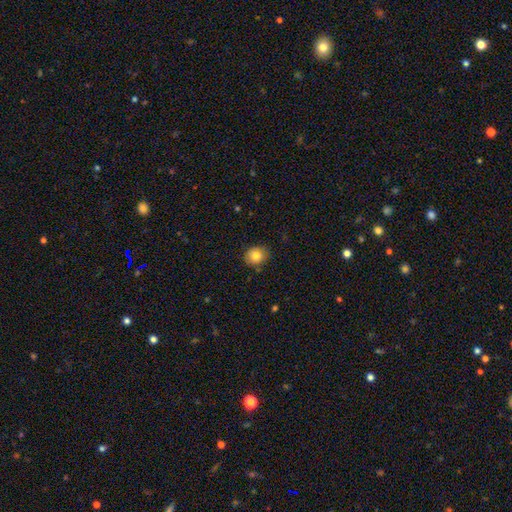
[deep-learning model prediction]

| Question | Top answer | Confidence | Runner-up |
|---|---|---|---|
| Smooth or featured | smooth | 82% | star or artifact (10%) |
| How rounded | round | 71% | in between (28%) |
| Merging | none | 84% | minor disturbance (13%) |